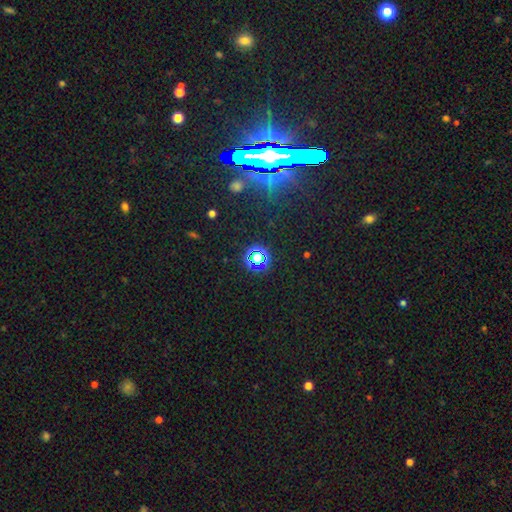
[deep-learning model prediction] This appears to be a star or artifact, not a galaxy (69%).